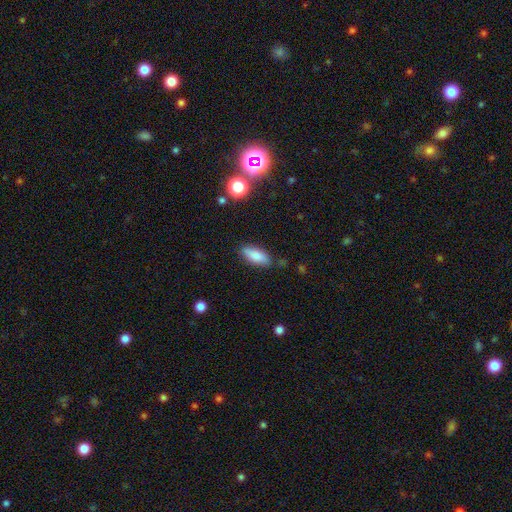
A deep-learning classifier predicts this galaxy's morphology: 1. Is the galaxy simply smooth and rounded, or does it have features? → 83% smooth, 10% featured or disk, 7% star or artifact.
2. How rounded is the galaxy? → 76% in between, 22% cigar-shaped, 2% round.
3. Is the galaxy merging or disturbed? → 82% none, 13% minor disturbance, 3% major disturbance, 2% merger.